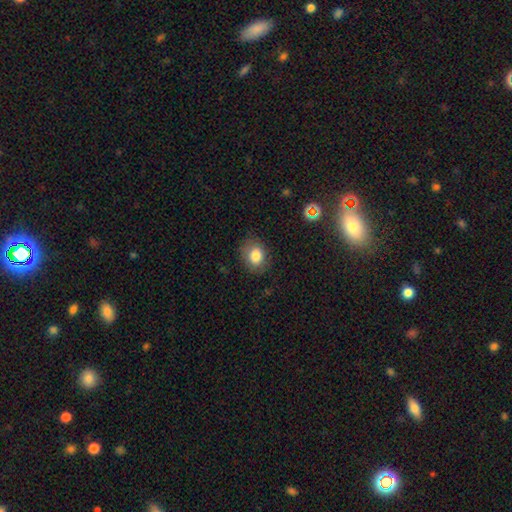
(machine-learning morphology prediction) A smooth galaxy with no disk features (81%) that is in between round and cigar-shaped (54%).

Vote fractions:
- Smooth or featured? smooth: 81% / star or artifact: 10% / featured or disk: 9%
- How rounded? in between: 54% / round: 45% / cigar-shaped: 1%
- Merging? none: 79% / minor disturbance: 15% / major disturbance: 4% / merger: 1%